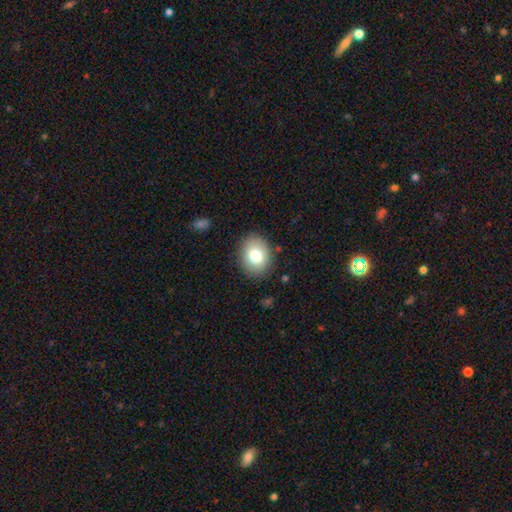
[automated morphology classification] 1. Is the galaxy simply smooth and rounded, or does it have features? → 78% smooth, 13% featured or disk, 9% star or artifact.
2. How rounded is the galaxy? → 51% in between, 48% round, 1% cigar-shaped.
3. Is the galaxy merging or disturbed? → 86% none, 10% minor disturbance, 3% major disturbance, 1% merger.